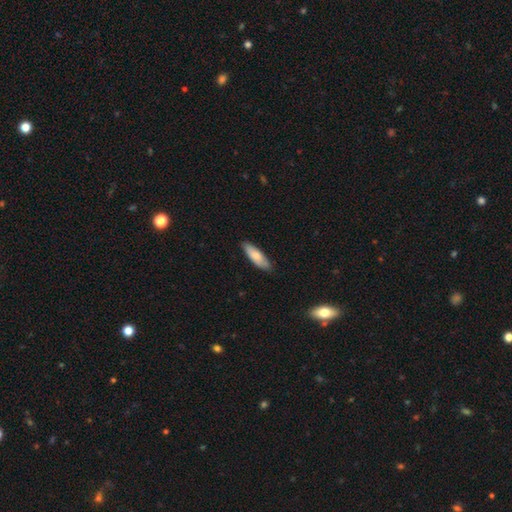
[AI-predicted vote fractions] A smooth galaxy with no disk features (76%) that is in between round and cigar-shaped (54%).

Vote fractions:
- Smooth or featured? smooth: 76% / featured or disk: 19% / star or artifact: 5%
- How rounded? in between: 54% / cigar-shaped: 44% / round: 2%
- Merging? none: 83% / minor disturbance: 14% / major disturbance: 2% / merger: 1%